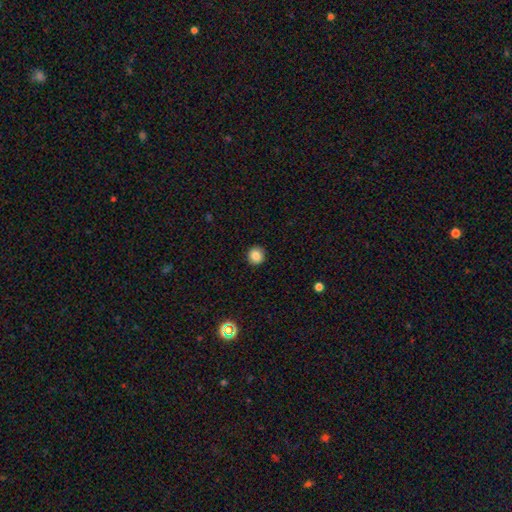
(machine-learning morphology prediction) A smooth galaxy with no disk features (85%) that is round (93%).

Vote fractions:
- Smooth or featured? smooth: 85% / star or artifact: 10% / featured or disk: 5%
- How rounded? round: 93% / in between: 6% / cigar-shaped: 1%
- Merging? none: 92% / minor disturbance: 5% / major disturbance: 2% / merger: 1%